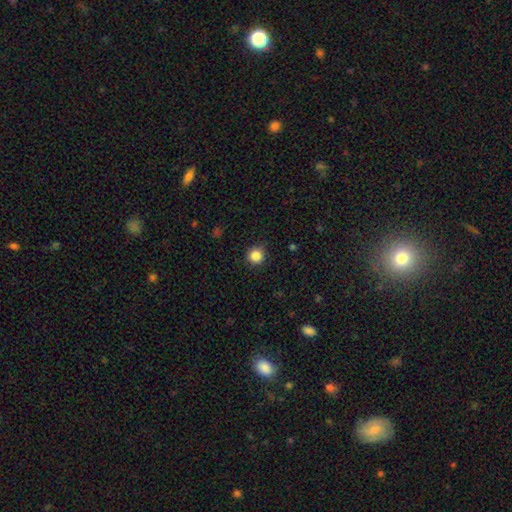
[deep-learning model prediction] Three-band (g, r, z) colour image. It shows a smooth galaxy with no disk features (86%) that is round (93%). Merging: none (85%).